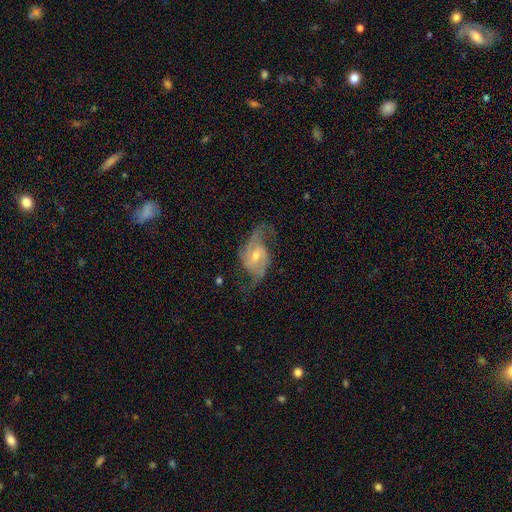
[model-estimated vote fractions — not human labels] Smooth or featured? featured or disk (88%)
Edge-on disk? no (97%)
Bar? weak (46%)
Spiral arms? yes (97%)
Spiral winding? medium (48%)
Spiral arm count? 2 (87%)
Bulge size? moderate (50%)
Merging? none (70%)